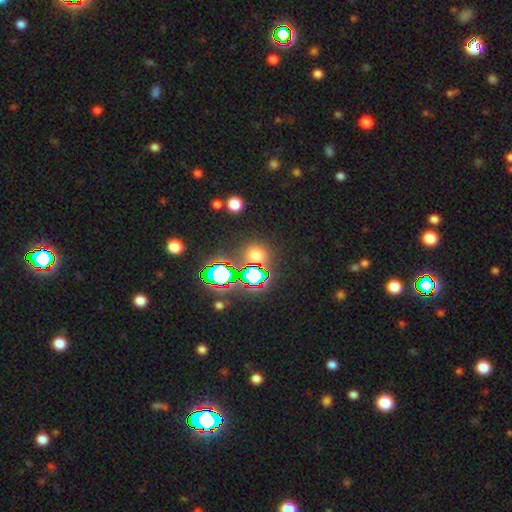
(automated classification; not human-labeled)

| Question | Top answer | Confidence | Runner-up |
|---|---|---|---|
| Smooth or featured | smooth | 52% | star or artifact (41%) |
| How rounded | round | 87% | in between (11%) |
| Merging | none | 80% | minor disturbance (8%) |